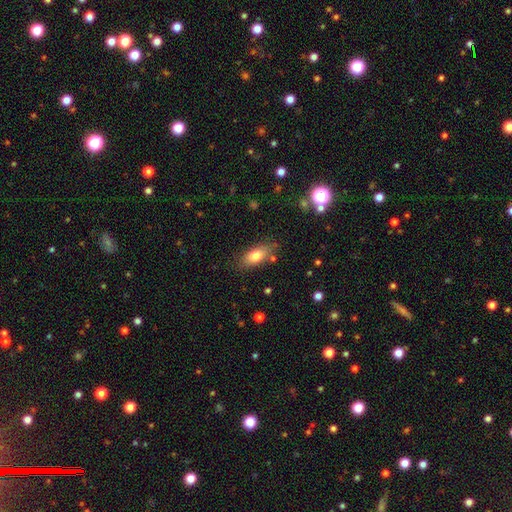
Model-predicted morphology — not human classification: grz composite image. It shows a smooth galaxy with no disk features (78%) that is in between round and cigar-shaped (83%). Merging: none (77%).